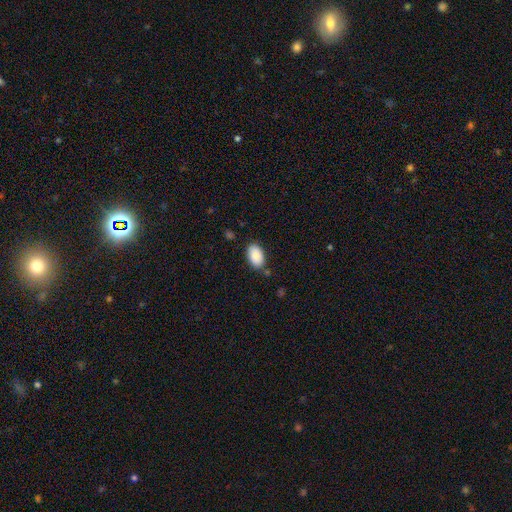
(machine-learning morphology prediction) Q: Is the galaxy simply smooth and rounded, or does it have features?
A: smooth — 89%.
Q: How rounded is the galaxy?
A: in between — 94%.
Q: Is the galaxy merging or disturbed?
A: none — 81%.